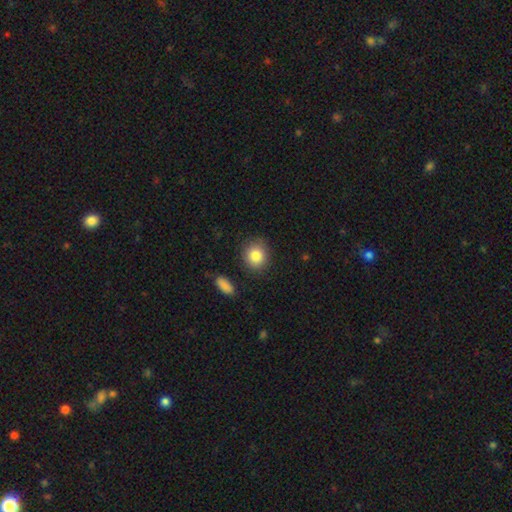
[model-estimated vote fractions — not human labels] Overall: smooth (84%). How rounded: round (81%). Merging: none (85%).